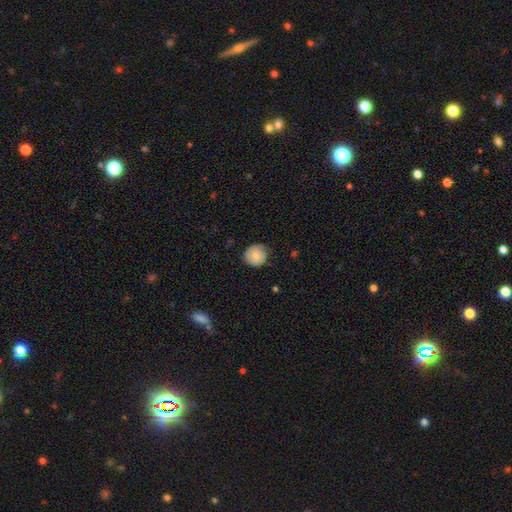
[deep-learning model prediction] This appears to be a smooth galaxy with no disk features (75%) that is round (89%). Merging: none (72%).